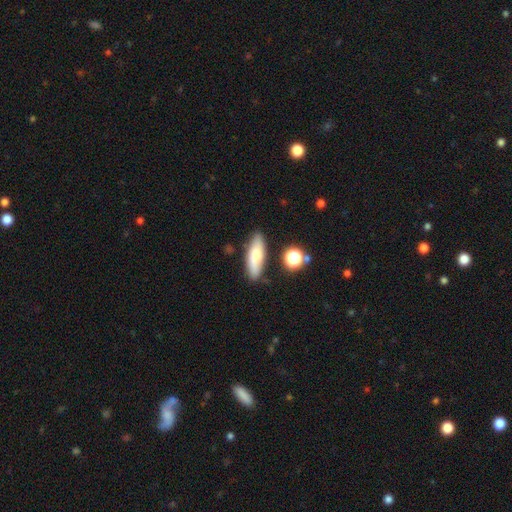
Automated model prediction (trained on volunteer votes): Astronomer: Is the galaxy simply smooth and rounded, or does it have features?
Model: smooth — 73%.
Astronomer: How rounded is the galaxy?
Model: in between — 51% (runner-up: cigar-shaped, 45%).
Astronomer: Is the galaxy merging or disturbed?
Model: none — 77%.